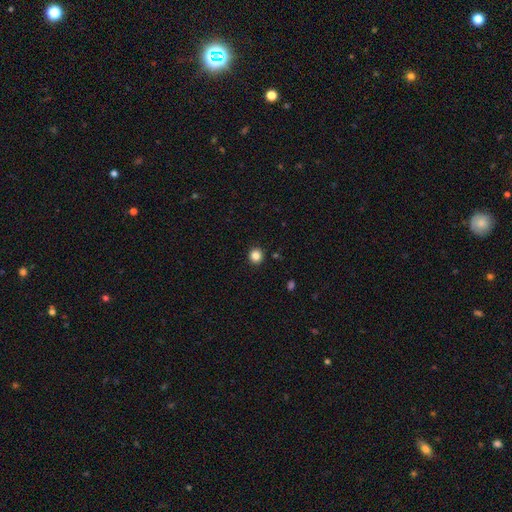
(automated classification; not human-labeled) Smooth or featured?
  - smooth: 85% *
  - star or artifact: 12%
  - featured or disk: 4%
How rounded?
  - round: 93% *
  - in between: 6%
  - cigar-shaped: 1%
Merging?
  - none: 92% *
  - minor disturbance: 5%
  - major disturbance: 2%
  - merger: 1%